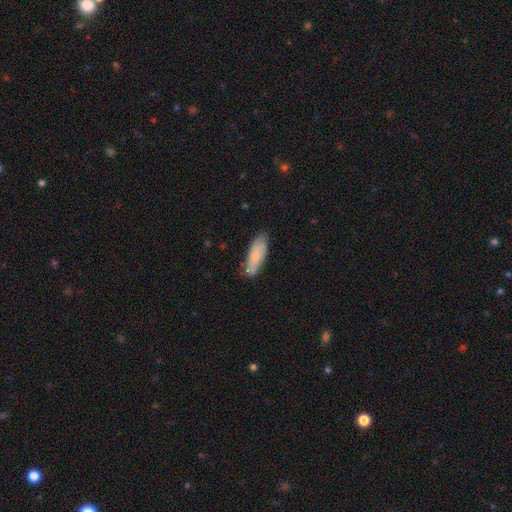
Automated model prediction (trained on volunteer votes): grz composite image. It shows a smooth galaxy with no disk features (68%) that is in between round and cigar-shaped (55%). Merging: none (72%).